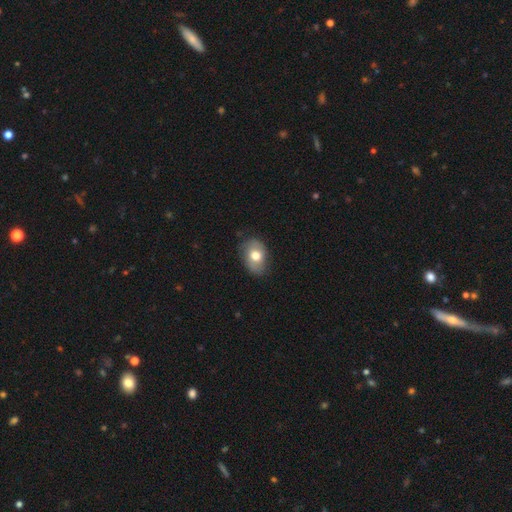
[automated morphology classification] Smooth or featured?
  - smooth: 66% *
  - featured or disk: 27%
  - star or artifact: 7%
How rounded?
  - in between: 76% *
  - round: 22%
  - cigar-shaped: 1%
Merging?
  - none: 73% *
  - minor disturbance: 21%
  - major disturbance: 5%
  - merger: 1%